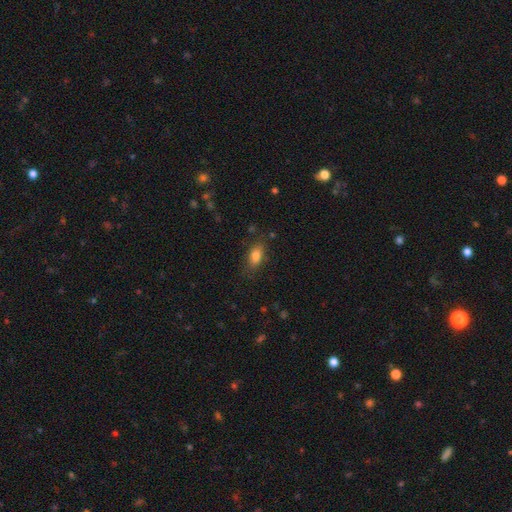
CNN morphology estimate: smooth-or-featured: smooth: 82% | star or artifact: 9% | featured or disk: 8%
  how-rounded: in between: 86% | cigar-shaped: 8% | round: 6%
  merging: none: 78% | minor disturbance: 15% | major disturbance: 5% | merger: 2%